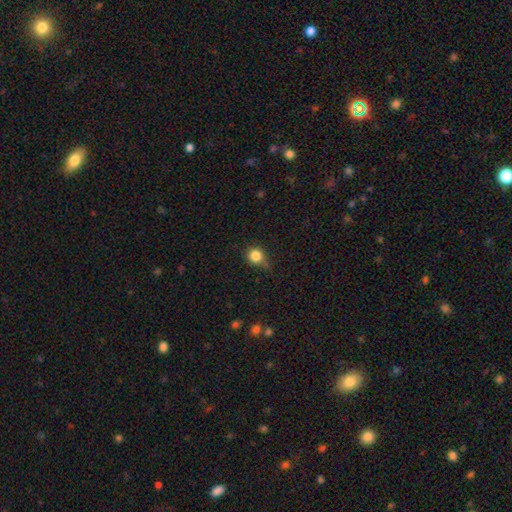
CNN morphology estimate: The model was most divided on "merging": none: 58%, minor disturbance: 30%, major disturbance: 8%, merger: 3%. More confident: how rounded — round (86%); smooth or featured — smooth (83%).